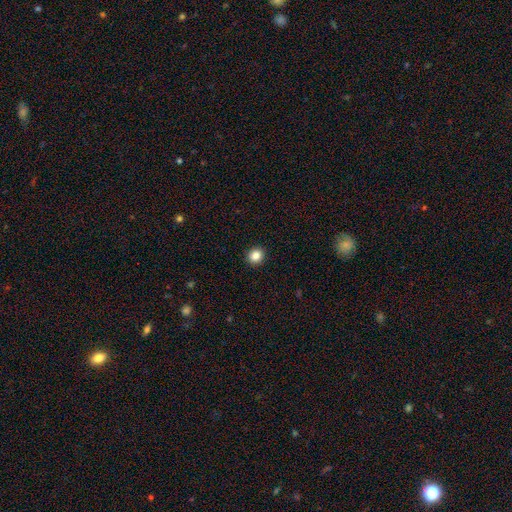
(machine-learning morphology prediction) Q: Smooth or featured?
A: smooth (86%); runner-up: star or artifact (10%)
Q: How rounded?
A: round (84%); runner-up: in between (15%)
Q: Merging?
A: none (93%); runner-up: minor disturbance (5%)